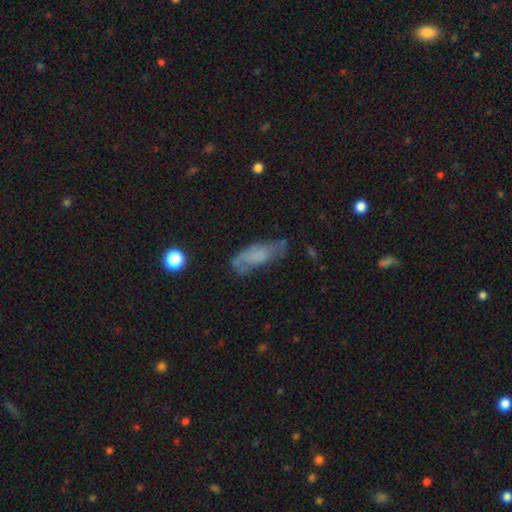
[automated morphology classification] Smooth or featured? Predicted: smooth (p=0.52). How rounded? Predicted: in between (p=0.69). Merging? Predicted: none (p=0.54).